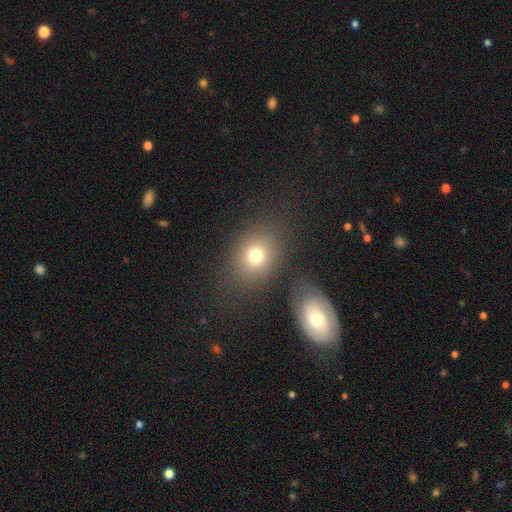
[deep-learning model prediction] Smooth or featured: smooth — 74% (star or artifact — 14%)
How rounded: round — 50% (in between — 49%)
Merging: none — 73% (minor disturbance — 12%)